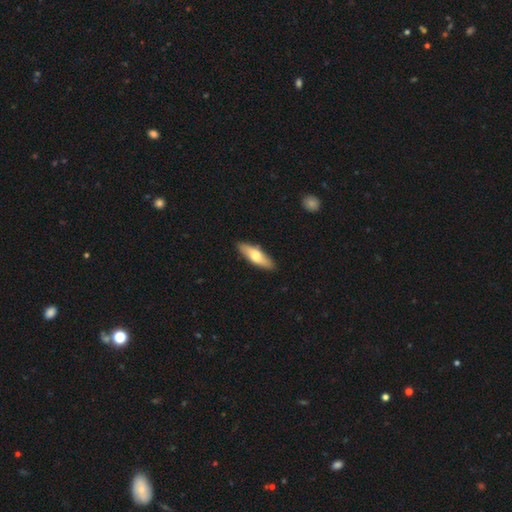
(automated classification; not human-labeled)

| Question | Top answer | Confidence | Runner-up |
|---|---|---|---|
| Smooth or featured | smooth | 63% | featured or disk (31%) |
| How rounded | cigar-shaped | 50% | in between (47%) |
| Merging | none | 89% | minor disturbance (9%) |